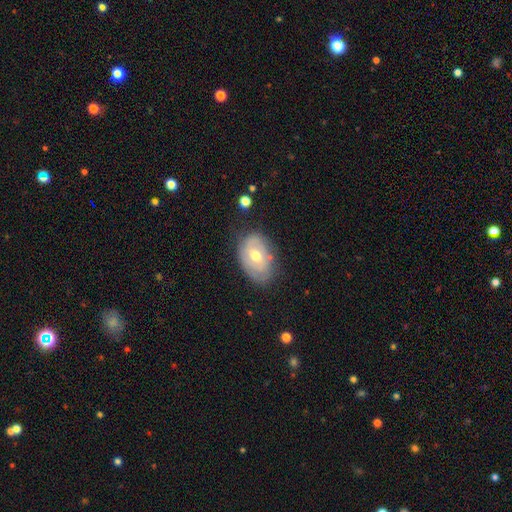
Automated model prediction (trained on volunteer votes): Overall: featured or disk (51%; smooth 42%). Edge-on disk: no (93%). Merging: none (66%).